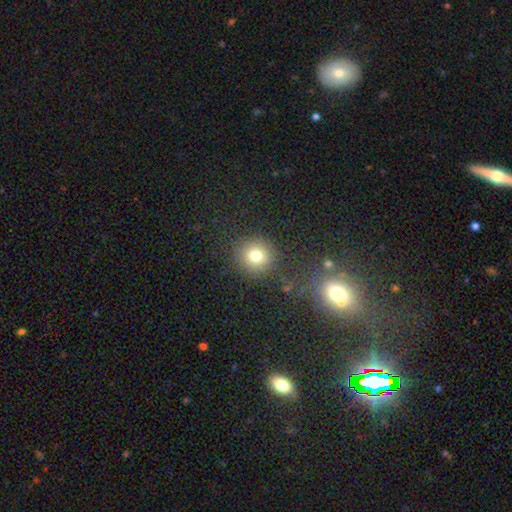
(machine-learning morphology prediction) This appears to be a smooth galaxy with no disk features (75%) that is round (91%). Merging: none (86%).